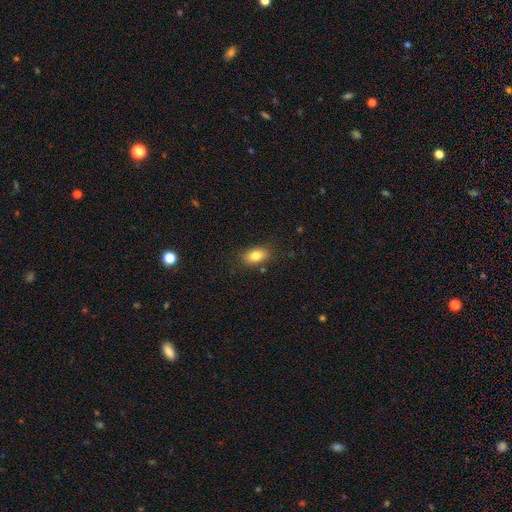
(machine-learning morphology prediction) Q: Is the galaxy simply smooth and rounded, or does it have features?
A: smooth — 82%.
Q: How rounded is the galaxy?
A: in between — 88%.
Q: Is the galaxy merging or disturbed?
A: none — 83%.